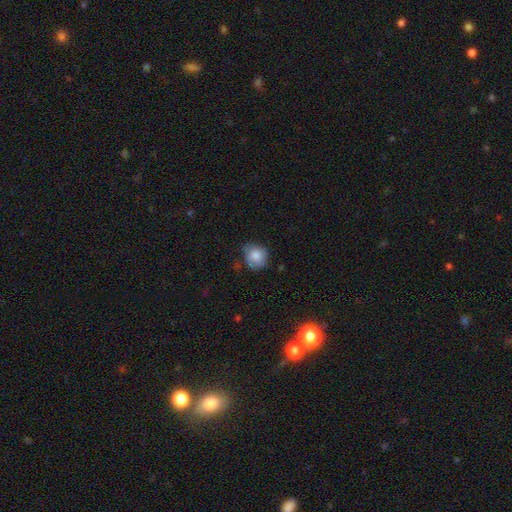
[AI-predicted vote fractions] This is likely a smooth galaxy (78%). How rounded: likely round (73%). Merging: possibly none (58%).